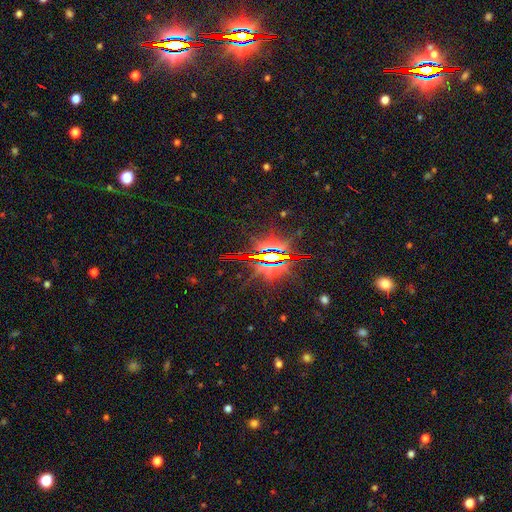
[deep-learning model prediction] smooth-or-featured: star or artifact: 85% | featured or disk: 8% | smooth: 7%